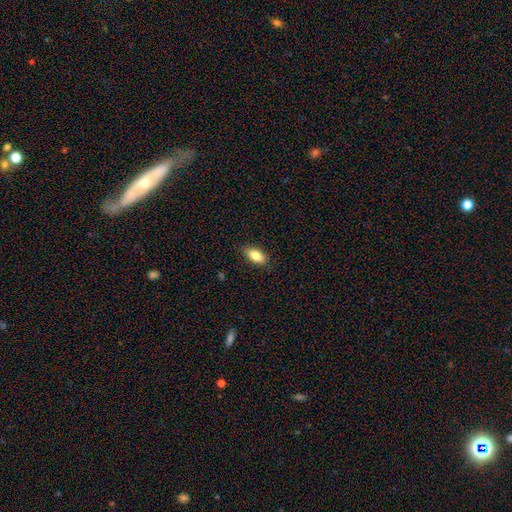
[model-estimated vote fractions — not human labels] smooth_or_featured: smooth (p=0.85) [alt: featured or disk p=0.08]
how_rounded: in between (p=0.88) [alt: cigar-shaped p=0.09]
merging: none (p=0.87) [alt: minor disturbance p=0.10]